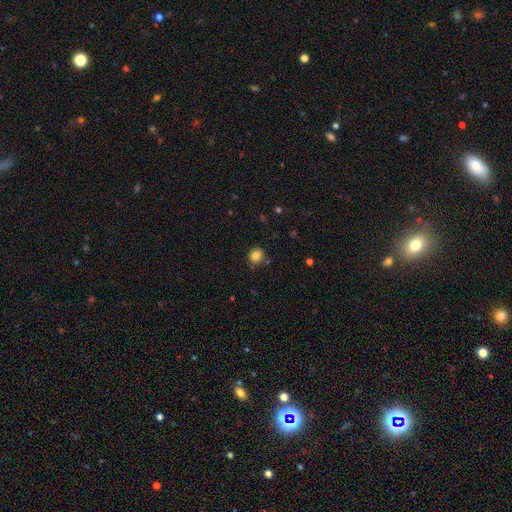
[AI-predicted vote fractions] The model was most divided on "how rounded": round: 72%, in between: 27%, cigar-shaped: 1%. More confident: smooth or featured — smooth (84%); merging — none (80%).